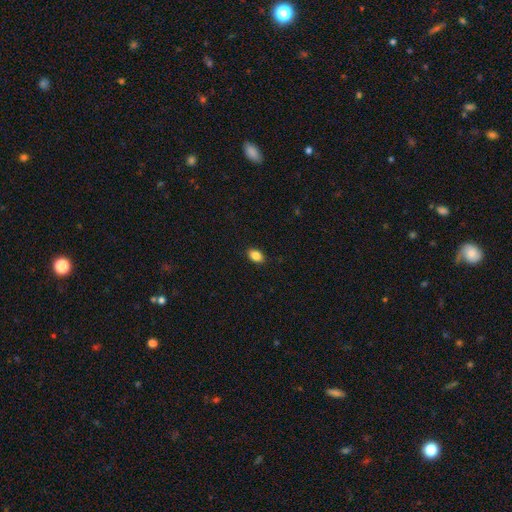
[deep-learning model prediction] The model was most divided on "how rounded": in between: 85%, round: 13%, cigar-shaped: 2%. More confident: merging — none (88%); smooth or featured — smooth (86%).